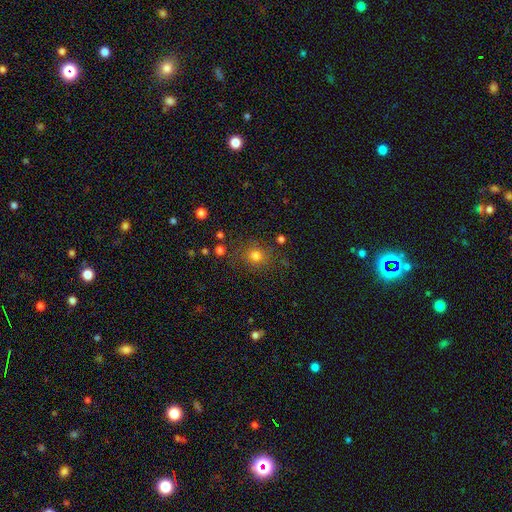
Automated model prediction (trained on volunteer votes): smooth_or_featured: smooth (p=0.76) [alt: star or artifact p=0.16]
how_rounded: round (p=0.79) [alt: in between p=0.20]
merging: none (p=0.79) [alt: minor disturbance p=0.13]